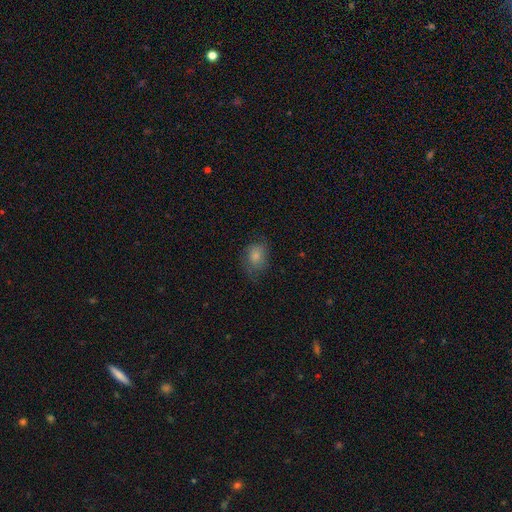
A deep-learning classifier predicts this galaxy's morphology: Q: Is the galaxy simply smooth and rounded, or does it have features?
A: smooth — 66%.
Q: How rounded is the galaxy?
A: in between — 56%.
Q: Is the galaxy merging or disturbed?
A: none — 69%.